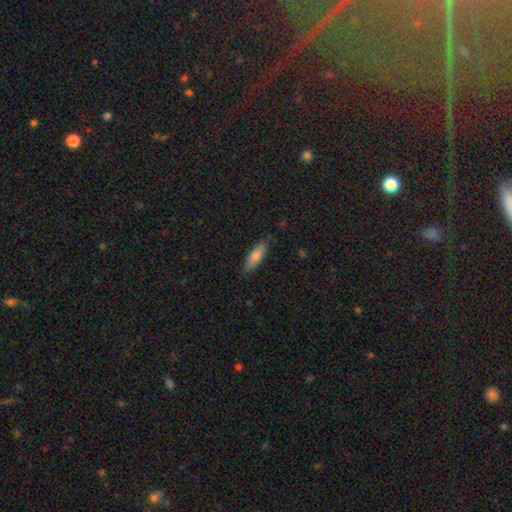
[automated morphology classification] Q: Smooth or featured?
A: smooth (77%); runner-up: featured or disk (16%)
Q: How rounded?
A: cigar-shaped (52%); runner-up: in between (46%)
Q: Merging?
A: none (85%); runner-up: minor disturbance (12%)